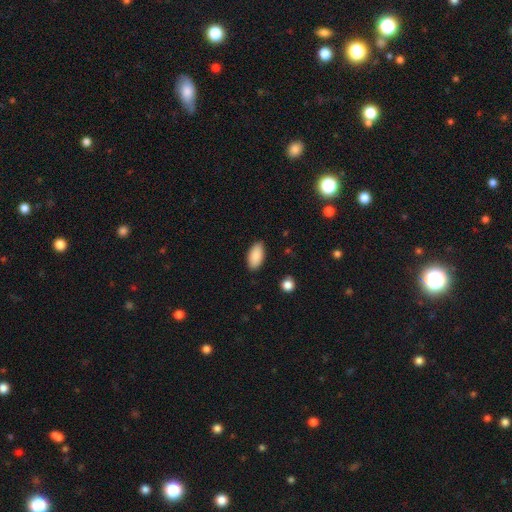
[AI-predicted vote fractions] Smooth or featured? smooth (90%)
How rounded? in between (93%)
Merging? none (87%)